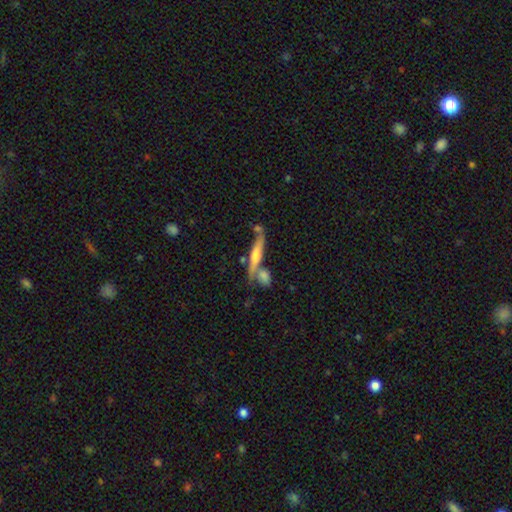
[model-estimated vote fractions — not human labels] Smooth or featured? Predicted: featured or disk (p=0.59). Edge-on disk? Predicted: yes (p=0.92). Edge-on bulge? Predicted: rounded (p=0.80). Merging? Predicted: none (p=0.62).